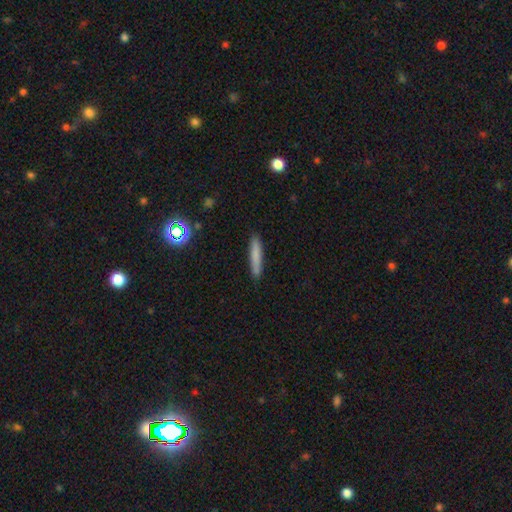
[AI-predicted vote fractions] The model was most divided on "smooth or featured": smooth: 78%, featured or disk: 14%, star or artifact: 8%. More confident: how rounded — cigar-shaped (92%); merging — none (87%).